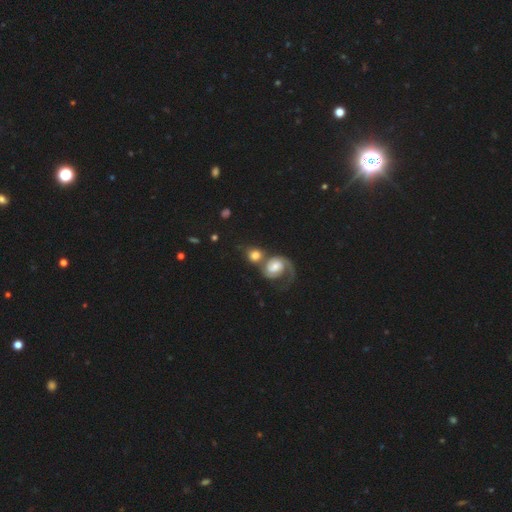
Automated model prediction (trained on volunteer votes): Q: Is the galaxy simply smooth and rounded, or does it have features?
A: featured or disk — 48%.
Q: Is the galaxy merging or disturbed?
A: merger — 57%.